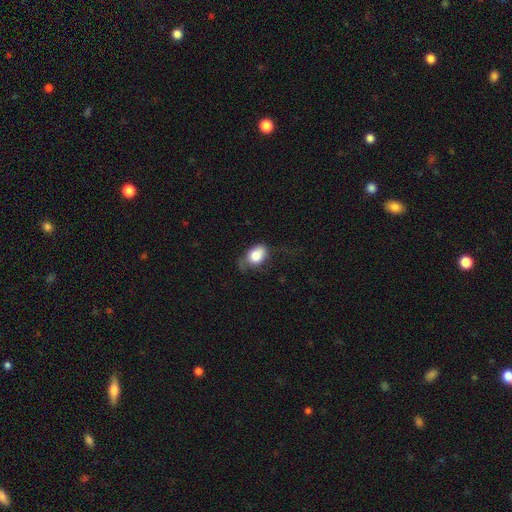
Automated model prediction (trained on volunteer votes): smooth-or-featured: smooth: 78% | featured or disk: 14% | star or artifact: 8%
  how-rounded: in between: 72% | round: 27% | cigar-shaped: 1%
  merging: none: 40% | minor disturbance: 35% | major disturbance: 23% | merger: 2%